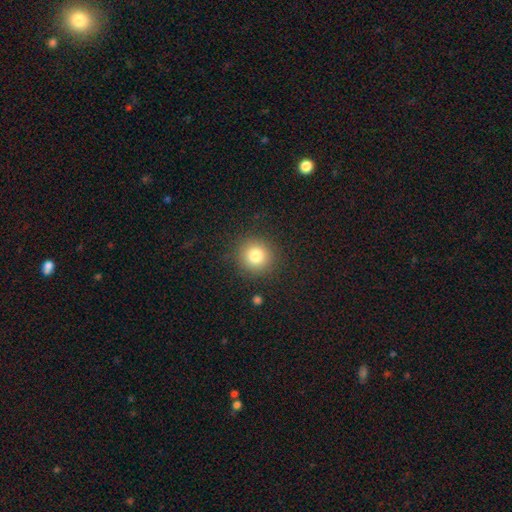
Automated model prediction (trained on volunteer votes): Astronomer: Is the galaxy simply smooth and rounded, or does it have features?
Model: smooth — 80%.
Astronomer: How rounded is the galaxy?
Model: round — 93%.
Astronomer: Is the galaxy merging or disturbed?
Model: none — 88%.